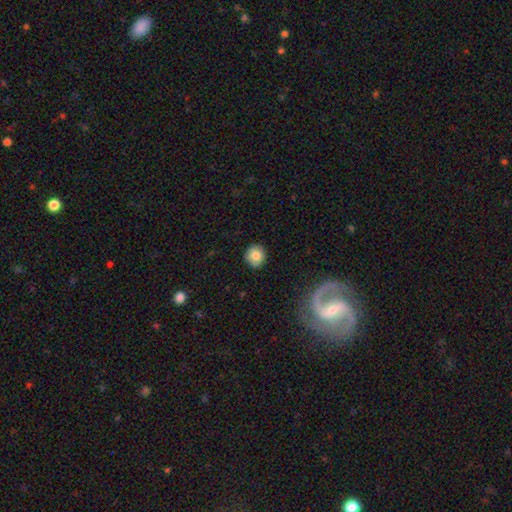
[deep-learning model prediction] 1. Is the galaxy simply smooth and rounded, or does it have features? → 79% smooth, 12% featured or disk, 9% star or artifact.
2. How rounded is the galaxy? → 86% round, 13% in between, 1% cigar-shaped.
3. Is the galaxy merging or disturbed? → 87% none, 10% minor disturbance, 2% major disturbance, 1% merger.